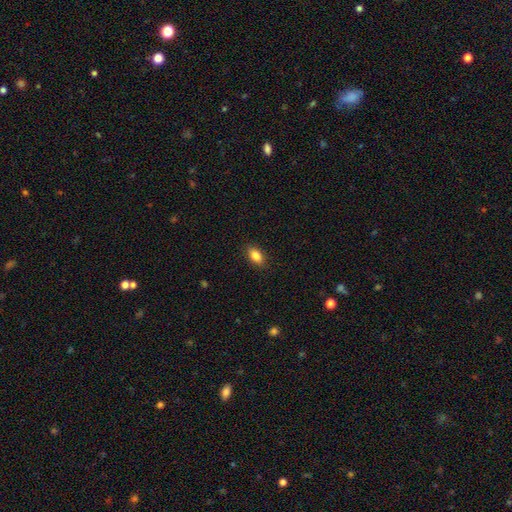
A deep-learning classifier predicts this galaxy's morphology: Smooth or featured? Predicted: smooth (p=0.86). How rounded? Predicted: in between (p=0.87). Merging? Predicted: none (p=0.88).